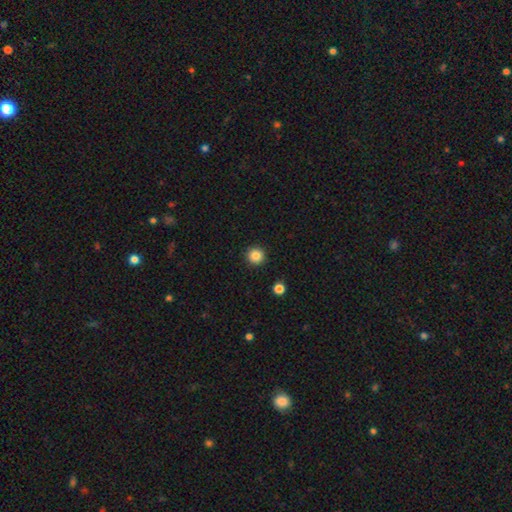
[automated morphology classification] type=smooth (85%); roundness=round (95%); merging=none (92%).